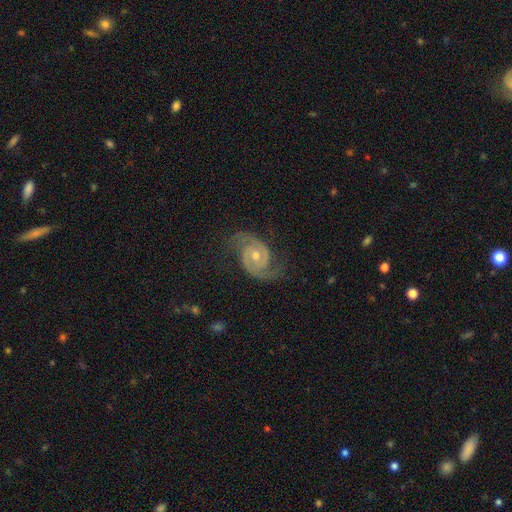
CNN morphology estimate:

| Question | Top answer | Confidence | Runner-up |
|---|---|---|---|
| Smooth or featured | featured or disk | 91% | star or artifact (5%) |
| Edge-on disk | no | 98% | yes (2%) |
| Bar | no | 64% | weak (29%) |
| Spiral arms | yes | 98% | no (2%) |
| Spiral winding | medium | 48% | tight (41%) |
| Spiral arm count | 2 | 93% | can't tell (2%) |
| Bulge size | moderate | 55% | small (41%) |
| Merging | none | 78% | minor disturbance (15%) |